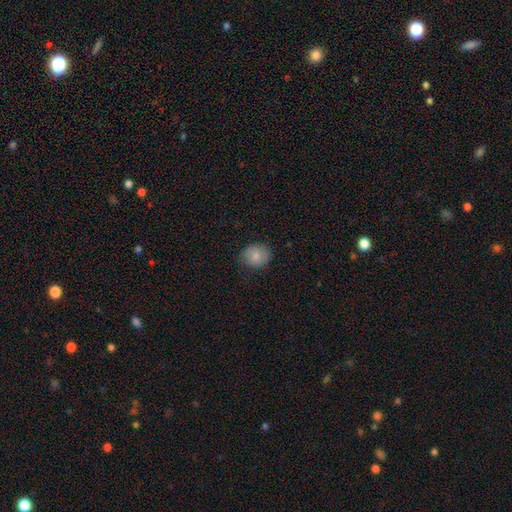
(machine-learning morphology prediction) smooth 81%, featured or disk 10%, star or artifact 8%. Down the decision tree: how rounded — round (70%); merging — none (79%).